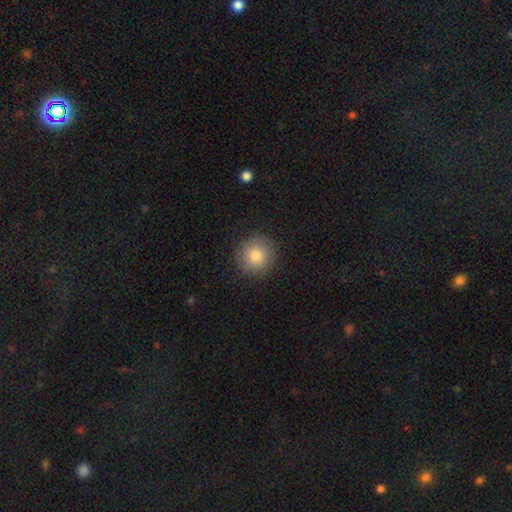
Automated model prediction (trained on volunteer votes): smooth-or-featured: smooth: 82% | star or artifact: 9% | featured or disk: 8%
  how-rounded: round: 94% | in between: 5% | cigar-shaped: 1%
  merging: none: 90% | minor disturbance: 7% | major disturbance: 2% | merger: 1%